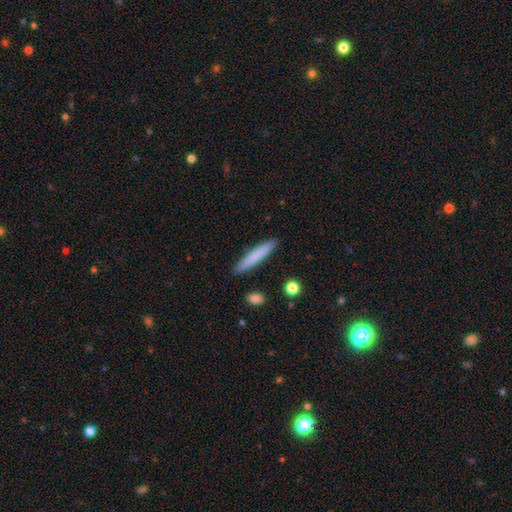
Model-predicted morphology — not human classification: Q: Smooth or featured?
A: smooth (79%); runner-up: featured or disk (15%)
Q: How rounded?
A: cigar-shaped (94%); runner-up: in between (5%)
Q: Merging?
A: none (91%); runner-up: minor disturbance (6%)